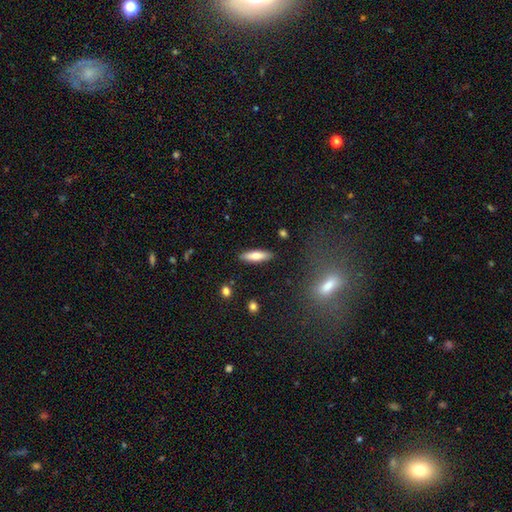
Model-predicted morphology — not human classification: This appears to be a smooth galaxy with no disk features (73%) that is cigar-shaped (61%). Merging: none (88%).